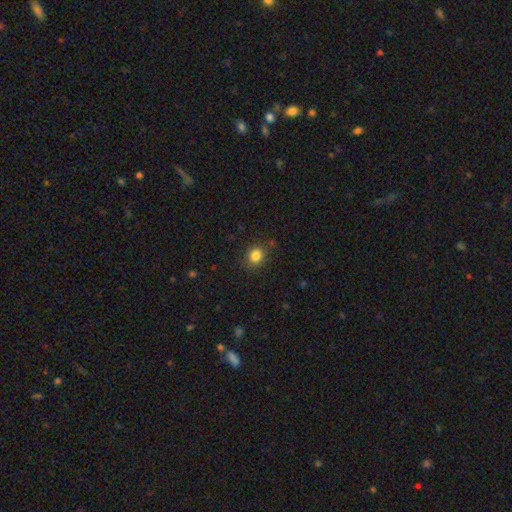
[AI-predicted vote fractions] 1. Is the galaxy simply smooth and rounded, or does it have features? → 84% smooth, 11% star or artifact, 5% featured or disk.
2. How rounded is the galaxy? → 61% round, 38% in between, 1% cigar-shaped.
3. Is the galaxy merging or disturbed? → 85% none, 10% minor disturbance, 3% major disturbance, 2% merger.